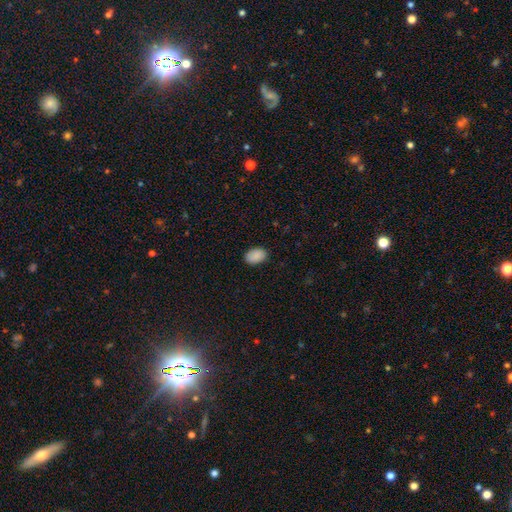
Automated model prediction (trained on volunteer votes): Smooth or featured? smooth (89%)
How rounded? in between (89%)
Merging? none (87%)